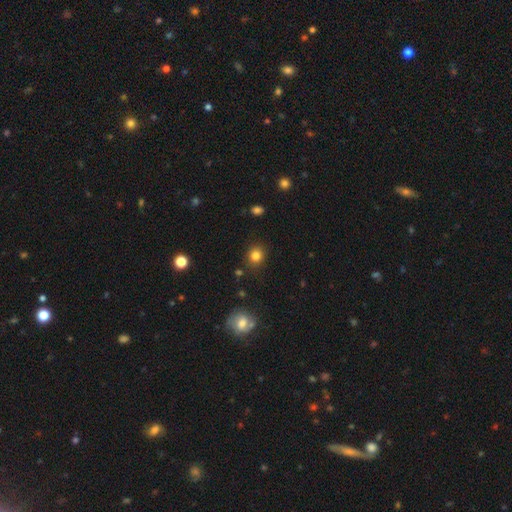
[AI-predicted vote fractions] Smooth or featured? Predicted: smooth (p=0.82). How rounded? Predicted: round (p=0.82). Merging? Predicted: none (p=0.87).